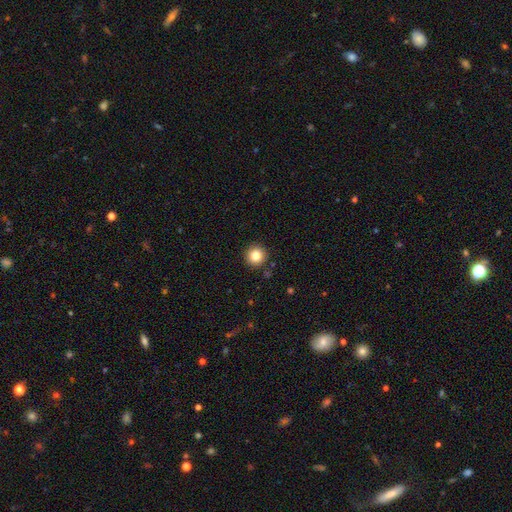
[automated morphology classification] A smooth galaxy with no disk features (83%) that is round (95%). Merging: none (91%).